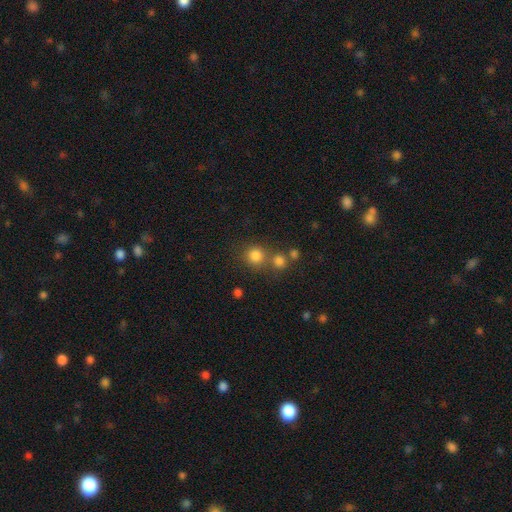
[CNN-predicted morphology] type=smooth (81%); roundness=round (90%); merging=none (65%).